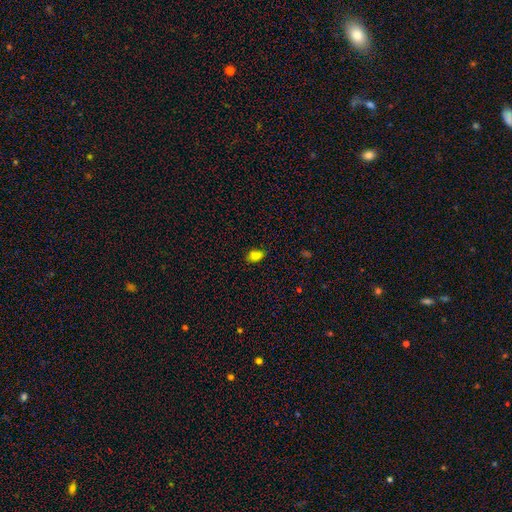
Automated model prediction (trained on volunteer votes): smooth-or-featured: smooth: 81% | star or artifact: 15% | featured or disk: 4%
  how-rounded: in between: 86% | round: 13% | cigar-shaped: 2%
  merging: none: 77% | minor disturbance: 17% | major disturbance: 4% | merger: 2%